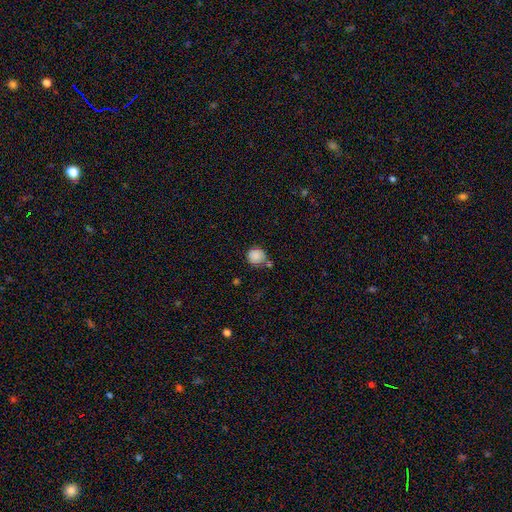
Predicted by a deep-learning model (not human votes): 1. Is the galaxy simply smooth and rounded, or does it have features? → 86% smooth, 8% star or artifact, 6% featured or disk.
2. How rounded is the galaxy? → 87% round, 12% in between, 1% cigar-shaped.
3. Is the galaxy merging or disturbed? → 61% none, 19% minor disturbance, 14% merger, 5% major disturbance.